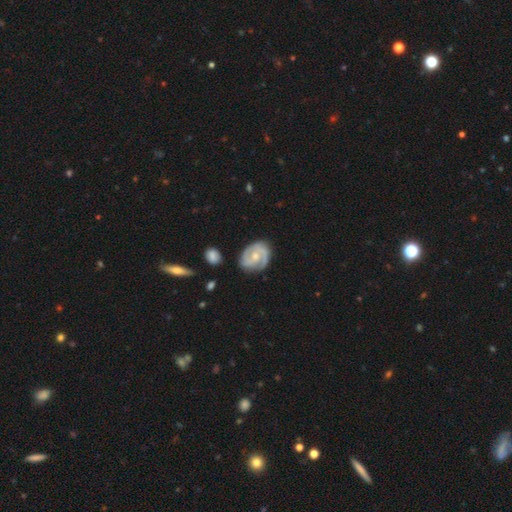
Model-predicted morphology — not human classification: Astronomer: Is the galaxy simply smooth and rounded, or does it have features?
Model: featured or disk — 83%.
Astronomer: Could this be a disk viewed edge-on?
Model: no — 98%.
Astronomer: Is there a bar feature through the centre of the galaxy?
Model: no — 57% (runner-up: weak, 38%).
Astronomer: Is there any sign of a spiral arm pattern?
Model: yes — 96%.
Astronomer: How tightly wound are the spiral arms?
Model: tight — 48% (runner-up: medium, 42%).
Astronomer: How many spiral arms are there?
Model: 2 — 78%.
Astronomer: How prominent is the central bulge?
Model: moderate — 50% (runner-up: small, 43%).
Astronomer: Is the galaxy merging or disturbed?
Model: none — 75%.